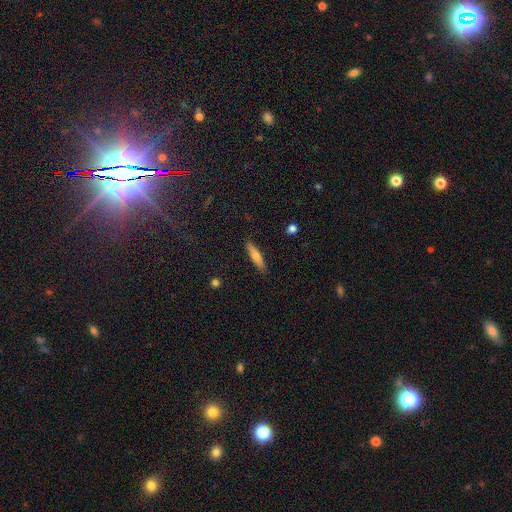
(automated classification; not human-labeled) Overall: smooth (63%; featured or disk 30%). How rounded: cigar-shaped (81%). Merging: none (89%).